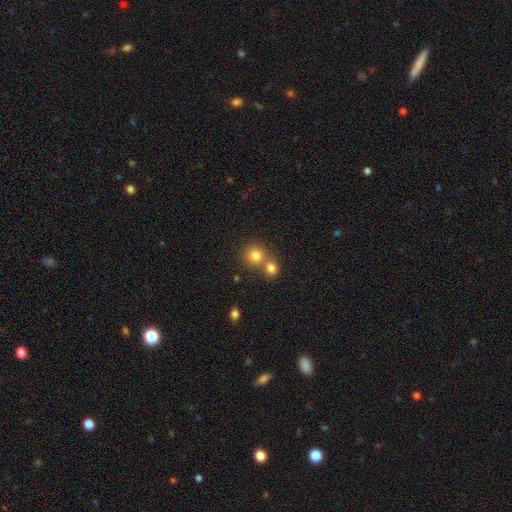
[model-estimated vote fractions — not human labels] This appears to be a smooth galaxy with no disk features (79%) that is round (87%). Merging: none (48%).